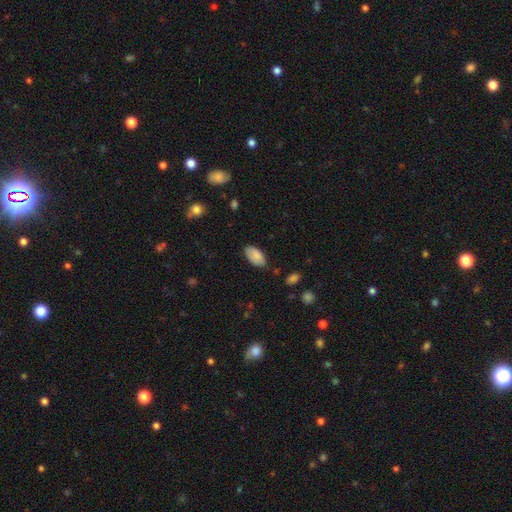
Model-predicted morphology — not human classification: smooth 87%, featured or disk 7%, star or artifact 6%. Down the decision tree: how rounded — in between (95%); merging — none (79%).